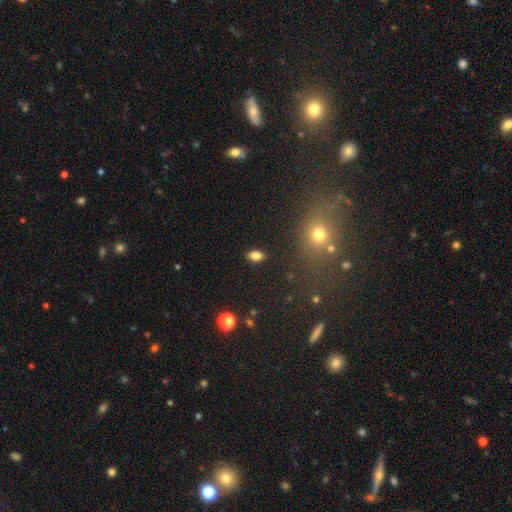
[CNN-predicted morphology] This is clearly a smooth galaxy (81%). How rounded: clearly in between (86%). Merging: clearly none (87%).